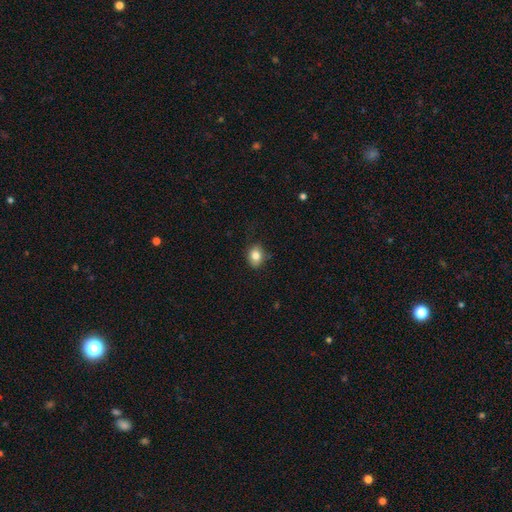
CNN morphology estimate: A smooth galaxy with no disk features (83%) that is in between round and cigar-shaped (53%). Merging: none (80%).